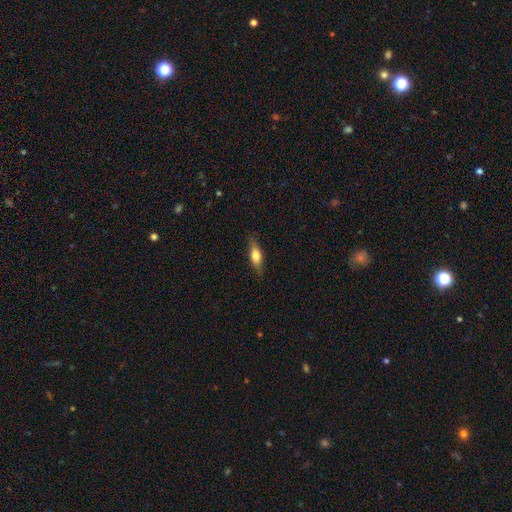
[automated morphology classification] The model was most divided on "how rounded": in between: 59%, cigar-shaped: 37%, round: 3%. More confident: merging — none (83%); smooth or featured — smooth (66%).